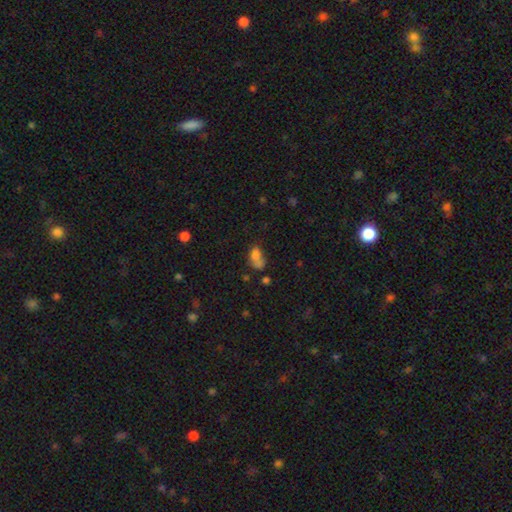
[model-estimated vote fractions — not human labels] The model was most divided on "merging": merger: 41%, none: 26%, minor disturbance: 18%, major disturbance: 16%. More confident: how rounded — in between (77%); smooth or featured — smooth (71%).